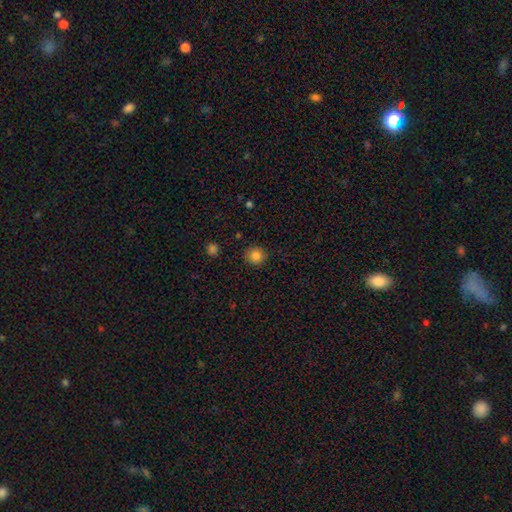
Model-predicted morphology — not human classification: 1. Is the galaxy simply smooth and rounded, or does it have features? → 84% smooth, 11% star or artifact, 5% featured or disk.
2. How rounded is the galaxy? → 91% round, 8% in between, 1% cigar-shaped.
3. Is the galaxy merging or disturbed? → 90% none, 6% minor disturbance, 2% major disturbance, 1% merger.